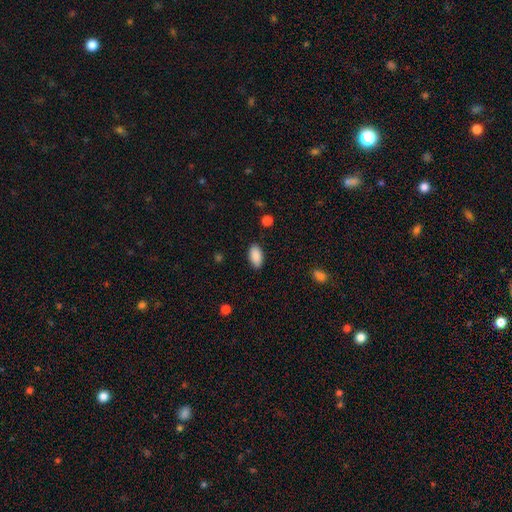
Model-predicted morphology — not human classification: Overall: smooth (89%). How rounded: in between (94%). Merging: none (87%).